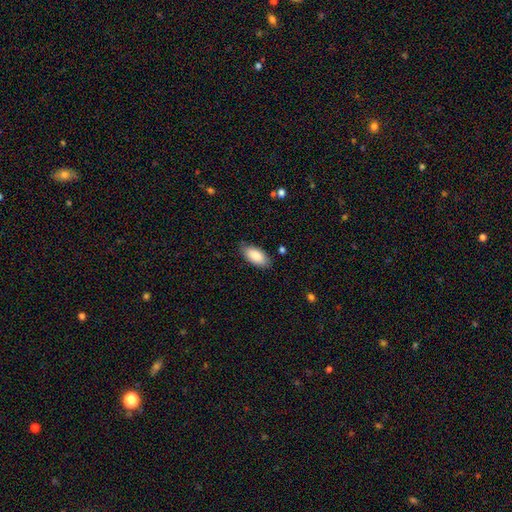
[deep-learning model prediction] smooth_or_featured: smooth (p=0.86) [alt: featured or disk p=0.07]
how_rounded: in between (p=0.92) [alt: cigar-shaped p=0.06]
merging: none (p=0.81) [alt: minor disturbance p=0.15]